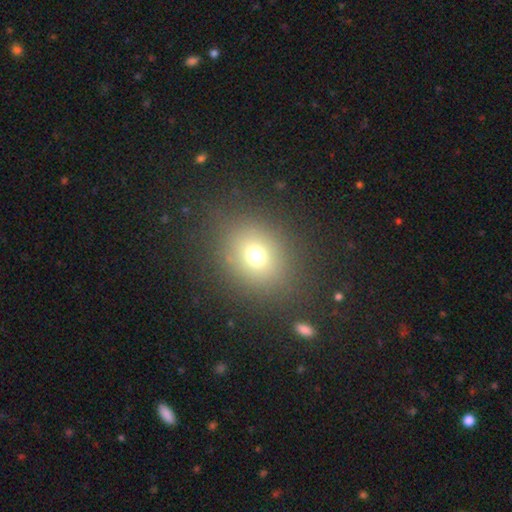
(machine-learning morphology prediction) Smooth or featured? smooth (70%)
How rounded? round (67%)
Merging? none (83%)